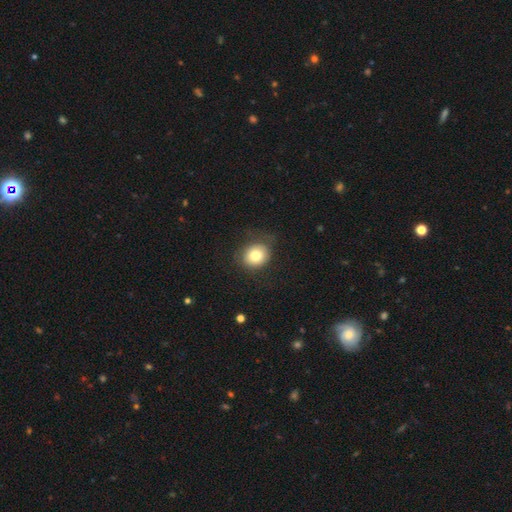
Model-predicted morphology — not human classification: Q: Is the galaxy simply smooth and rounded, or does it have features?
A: smooth — 78%.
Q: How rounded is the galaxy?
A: round — 66%.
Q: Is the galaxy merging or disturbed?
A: none — 75%.